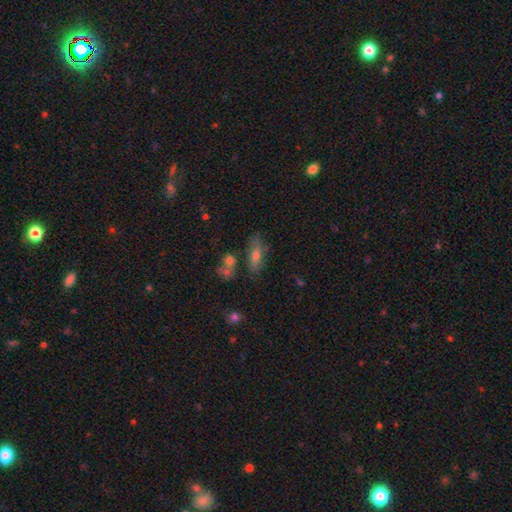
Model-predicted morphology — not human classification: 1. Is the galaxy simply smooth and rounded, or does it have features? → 60% smooth, 27% featured or disk, 13% star or artifact.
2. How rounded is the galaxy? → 61% in between, 34% cigar-shaped, 5% round.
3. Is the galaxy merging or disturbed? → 66% none, 16% minor disturbance, 11% merger, 6% major disturbance.